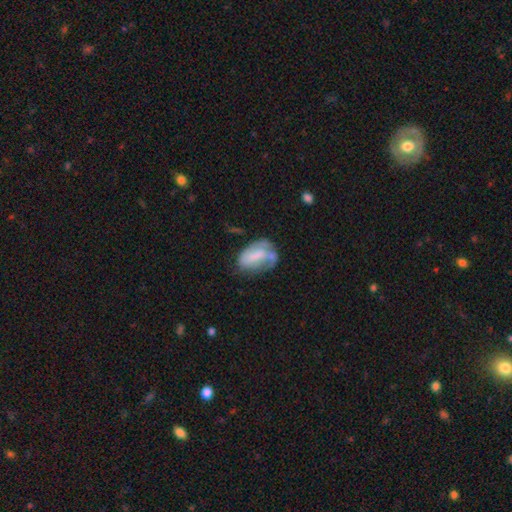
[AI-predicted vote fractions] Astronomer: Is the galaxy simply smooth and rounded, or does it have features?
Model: smooth — 50% (runner-up: featured or disk, 42%).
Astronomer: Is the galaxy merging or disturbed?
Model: none — 36% (runner-up: minor disturbance, 31%).